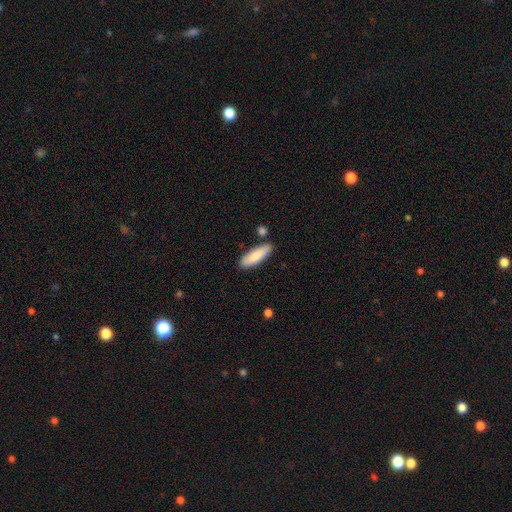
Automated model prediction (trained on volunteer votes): This appears to be a smooth galaxy with no disk features (85%) that is in between round and cigar-shaped (52%). Merging: none (82%).